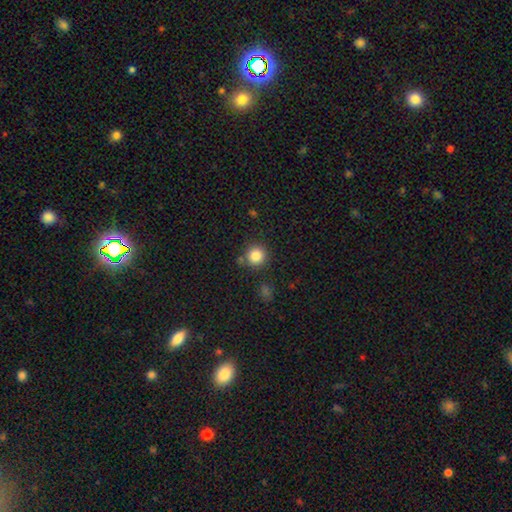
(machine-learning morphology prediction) smooth_or_featured: smooth (p=0.83) [alt: star or artifact p=0.11]
how_rounded: round (p=0.93) [alt: in between p=0.06]
merging: none (p=0.83) [alt: minor disturbance p=0.09]